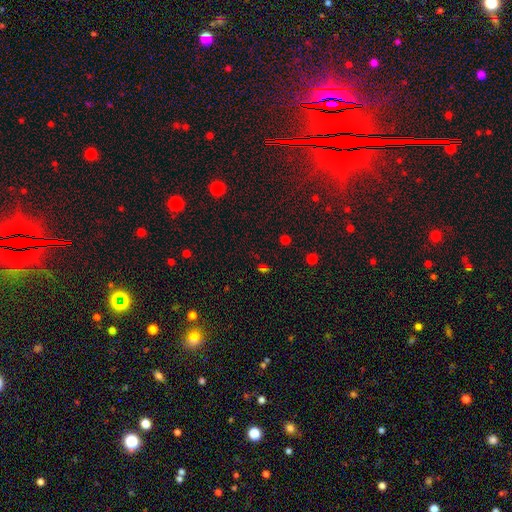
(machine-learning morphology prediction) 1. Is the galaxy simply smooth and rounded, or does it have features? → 52% star or artifact, 40% smooth, 8% featured or disk.